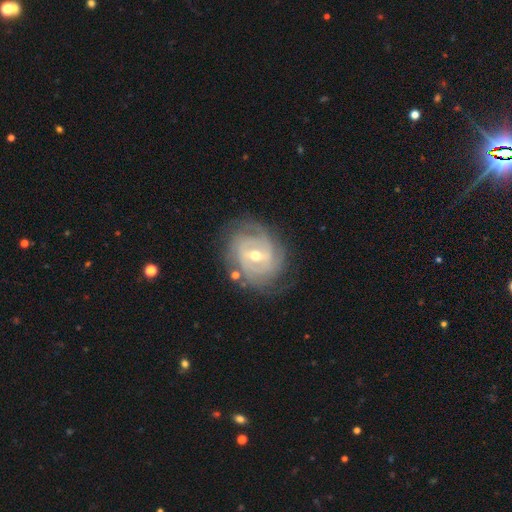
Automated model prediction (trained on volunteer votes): smooth-or-featured: featured or disk: 86% | smooth: 8% | star or artifact: 5%
  disk-edge-on: no: 97% | yes: 3%
    bar: weak: 52% | strong: 28% | no: 20%
    has-spiral-arms: yes: 94% | no: 6%
      spiral-winding: tight: 66% | medium: 27% | loose: 7%
      spiral-arm-count: 2: 29% | can't tell: 28% | 3: 25% | 4: 10% | 1: 4% | more than 4: 4%
    bulge-size: moderate: 55% | small: 42% | large: 2% | none: 1% | dominant: 1%
  merging: none: 75% | minor disturbance: 17% | major disturbance: 7% | merger: 2%